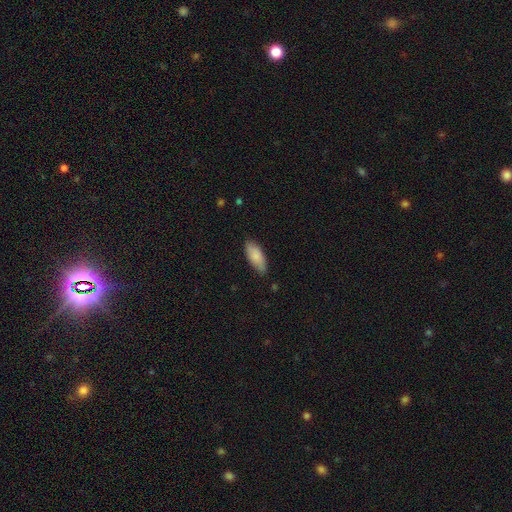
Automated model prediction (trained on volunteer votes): A smooth galaxy with no disk features (85%) that is in between round and cigar-shaped (81%).

Vote fractions:
- Smooth or featured? smooth: 85% / featured or disk: 9% / star or artifact: 6%
- How rounded? in between: 81% / cigar-shaped: 18% / round: 2%
- Merging? none: 81% / minor disturbance: 15% / major disturbance: 2% / merger: 1%